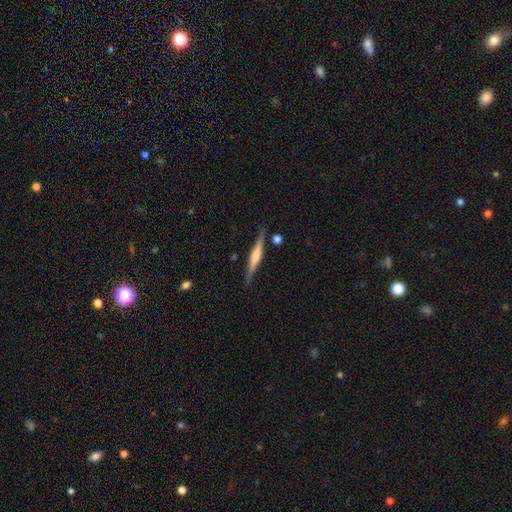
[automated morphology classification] Smooth or featured: featured or disk — 65% (smooth — 29%)
Edge-on disk: yes — 97% (no — 3%)
Edge-on bulge: rounded — 65% (boxy — 21%)
Merging: none — 85% (minor disturbance — 10%)